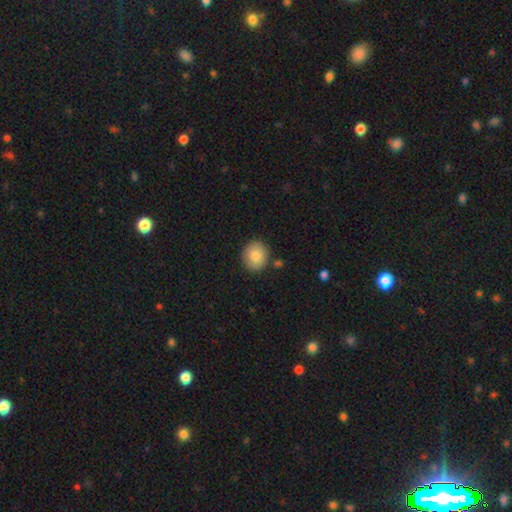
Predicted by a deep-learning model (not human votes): smooth 83%, featured or disk 9%, star or artifact 7%. Down the decision tree: how rounded — round (73%); merging — none (85%).